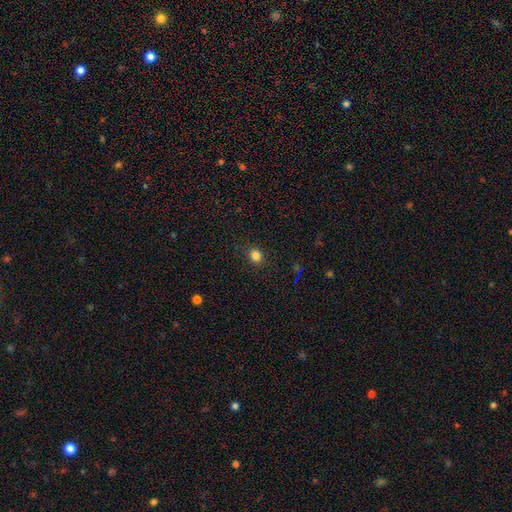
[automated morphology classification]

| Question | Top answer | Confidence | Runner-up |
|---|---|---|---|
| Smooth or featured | smooth | 82% | star or artifact (14%) |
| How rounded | round | 79% | in between (21%) |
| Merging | none | 89% | minor disturbance (7%) |